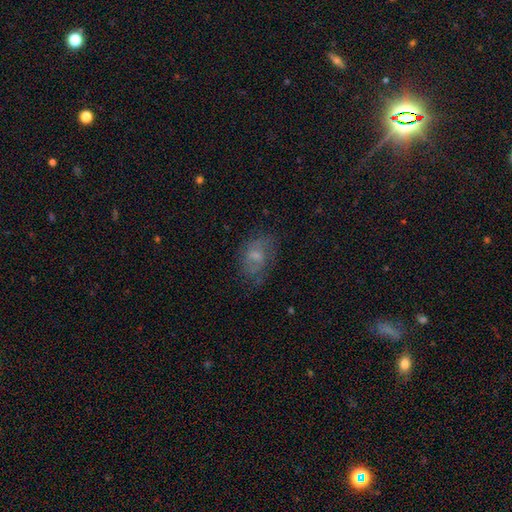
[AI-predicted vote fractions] Smooth or featured?
  - smooth: 47% *
  - featured or disk: 42%
  - star or artifact: 12%
Merging?
  - none: 56% *
  - minor disturbance: 25%
  - major disturbance: 17%
  - merger: 2%